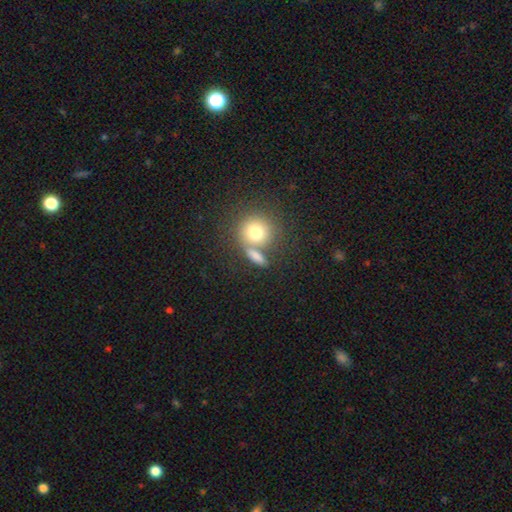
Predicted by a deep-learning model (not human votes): This appears to be a smooth galaxy with no disk features (78%) that is round (50%). Merging: none (58%).